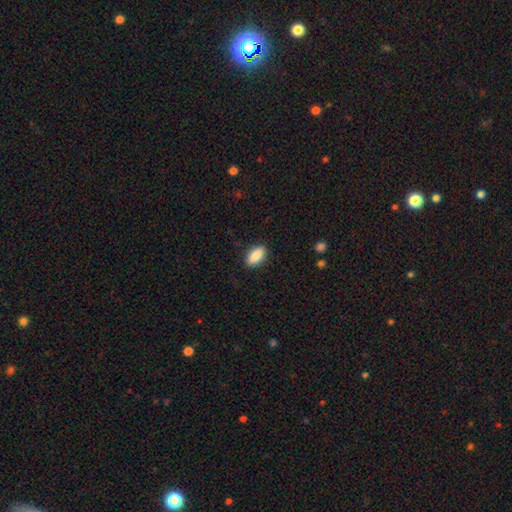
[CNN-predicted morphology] Smooth or featured: smooth — 87% (star or artifact — 7%)
How rounded: in between — 87% (cigar-shaped — 9%)
Merging: none — 87% (minor disturbance — 9%)